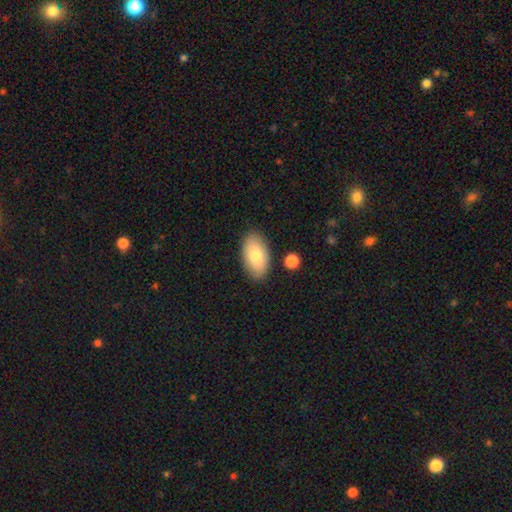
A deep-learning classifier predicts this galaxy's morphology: The model was most divided on "smooth or featured": smooth: 77%, featured or disk: 16%, star or artifact: 7%. More confident: how rounded — in between (94%); merging — none (85%).